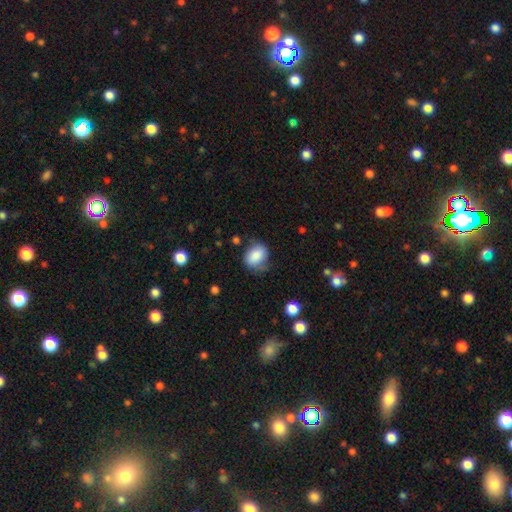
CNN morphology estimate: This is clearly a smooth galaxy (81%). How rounded: likely in between (67%). Merging: possibly none (57%).